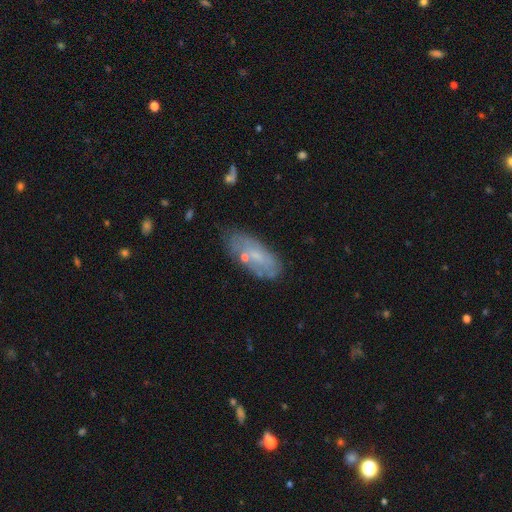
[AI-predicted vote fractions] Overall: smooth (50%; featured or disk 42%). How rounded: in between (81%). Merging: none (68%).